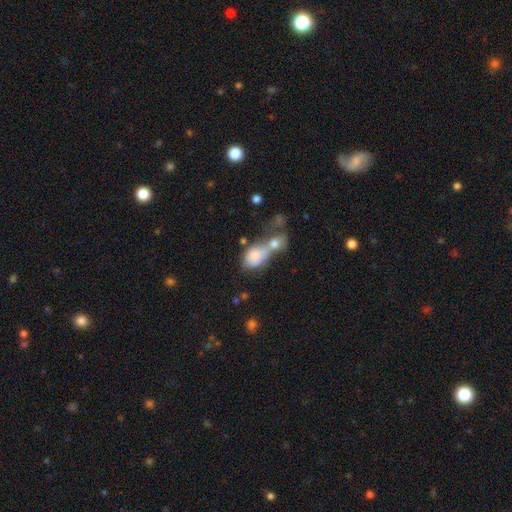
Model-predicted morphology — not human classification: A smooth galaxy with no disk features (72%) that is in between round and cigar-shaped (74%).

Vote fractions:
- Smooth or featured? smooth: 72% / featured or disk: 20% / star or artifact: 8%
- How rounded? in between: 74% / round: 24% / cigar-shaped: 2%
- Merging? merger: 68% / none: 15% / minor disturbance: 9% / major disturbance: 8%